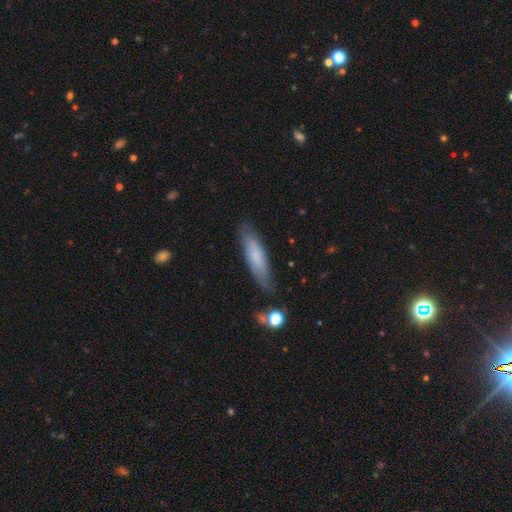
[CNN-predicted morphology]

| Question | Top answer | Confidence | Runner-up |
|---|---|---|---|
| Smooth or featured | smooth | 73% | featured or disk (21%) |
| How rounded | cigar-shaped | 74% | in between (25%) |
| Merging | none | 79% | minor disturbance (15%) |